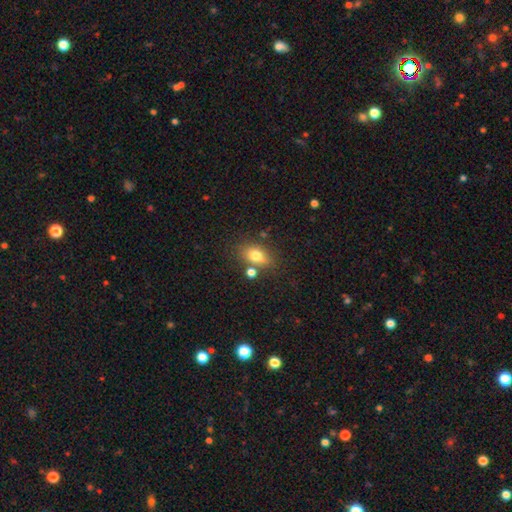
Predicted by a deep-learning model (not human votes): A smooth galaxy with no disk features (75%) that is in between round and cigar-shaped (74%).

Vote fractions:
- Smooth or featured? smooth: 75% / featured or disk: 13% / star or artifact: 11%
- How rounded? in between: 74% / round: 22% / cigar-shaped: 3%
- Merging? none: 69% / minor disturbance: 14% / merger: 13% / major disturbance: 4%